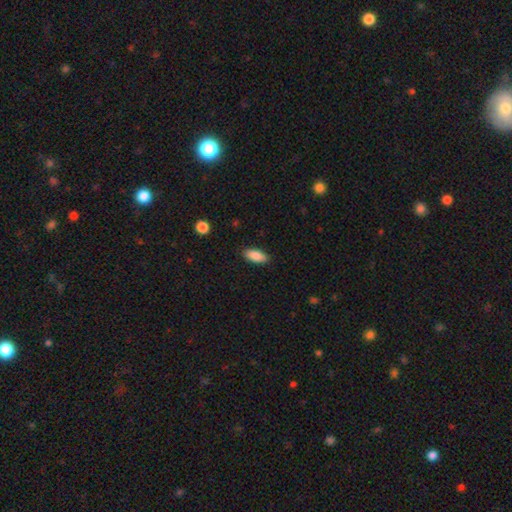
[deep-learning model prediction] Smooth or featured? smooth (87%)
How rounded? in between (85%)
Merging? none (88%)